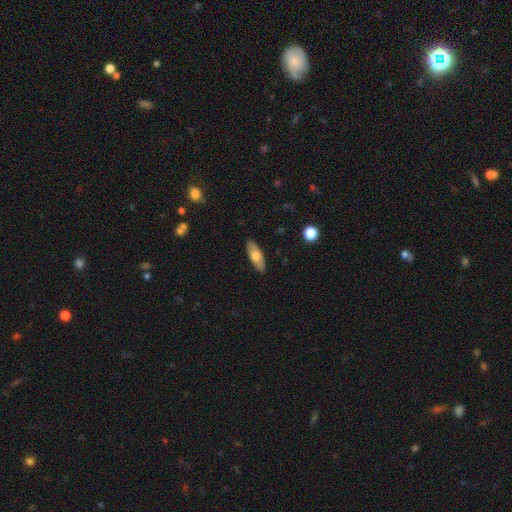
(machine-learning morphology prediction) This appears to be a smooth galaxy with no disk features (65%) that is in between round and cigar-shaped (70%). Merging: none (88%).